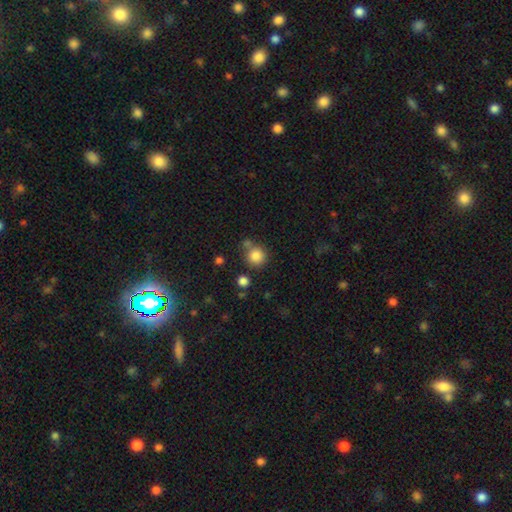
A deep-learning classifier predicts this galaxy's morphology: This appears to be a smooth galaxy with no disk features (84%) that is round (92%). Merging: none (71%).